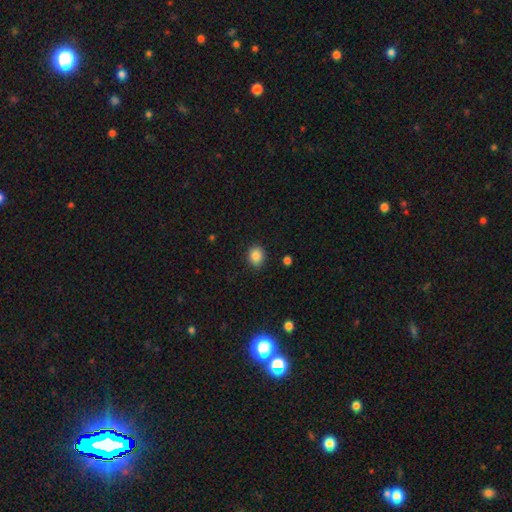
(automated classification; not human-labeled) Q: Smooth or featured?
A: smooth (86%); runner-up: star or artifact (10%)
Q: How rounded?
A: round (64%); runner-up: in between (35%)
Q: Merging?
A: none (89%); runner-up: minor disturbance (7%)